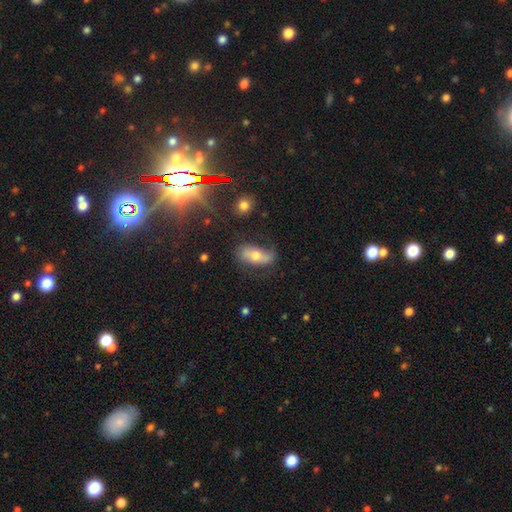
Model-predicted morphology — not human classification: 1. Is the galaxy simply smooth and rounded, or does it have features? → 48% featured or disk, 38% smooth, 14% star or artifact.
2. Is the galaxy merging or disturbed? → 57% none, 25% minor disturbance, 15% major disturbance, 3% merger.